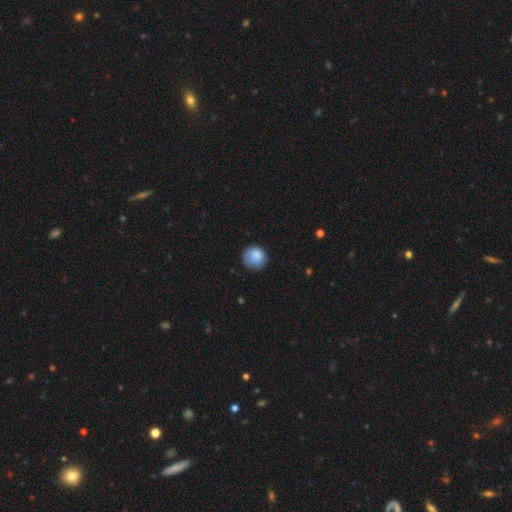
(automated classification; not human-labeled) The model was most divided on "merging": none: 73%, minor disturbance: 20%, major disturbance: 5%, merger: 1%. More confident: how rounded — round (88%); smooth or featured — smooth (83%).